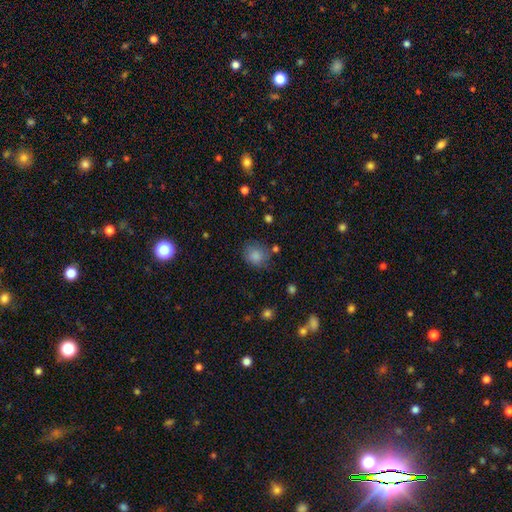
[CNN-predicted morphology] smooth 84%, star or artifact 9%, featured or disk 6%. Down the decision tree: how rounded — round (73%); merging — none (70%).